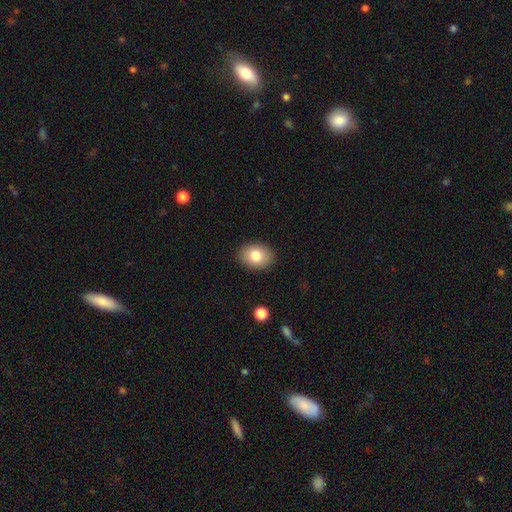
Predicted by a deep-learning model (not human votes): Smooth or featured: smooth — 82% (featured or disk — 10%)
How rounded: in between — 70% (round — 29%)
Merging: none — 89% (minor disturbance — 8%)